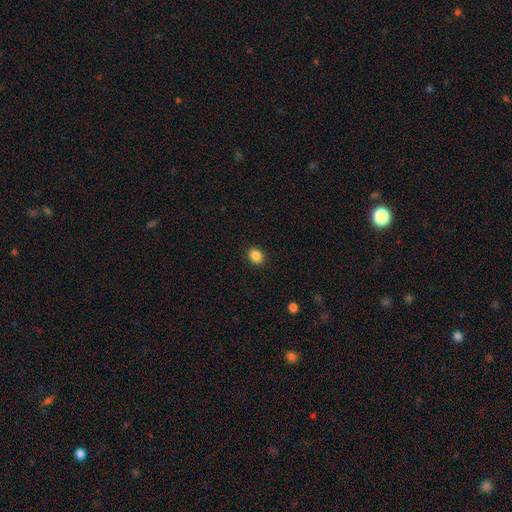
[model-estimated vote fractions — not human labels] This appears to be a smooth galaxy with no disk features (87%) that is round (50%). Merging: none (90%).